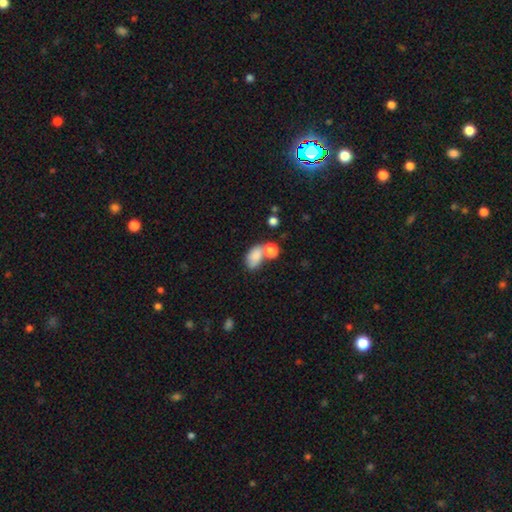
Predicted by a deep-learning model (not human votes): smooth 80%, featured or disk 11%, star or artifact 10%. Down the decision tree: how rounded — in between (85%); merging — merger (40%).